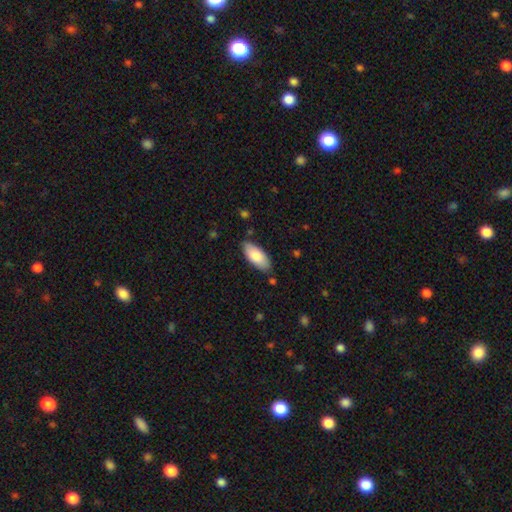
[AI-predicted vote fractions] The model was most divided on "merging": none: 82%, minor disturbance: 13%, major disturbance: 2%, merger: 2%. More confident: how rounded — in between (88%); smooth or featured — smooth (82%).